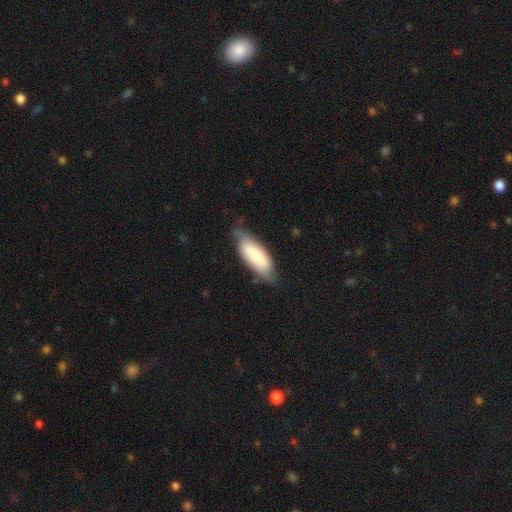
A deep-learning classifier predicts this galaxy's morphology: Smooth or featured? smooth (69%)
How rounded? in between (74%)
Merging? none (60%)